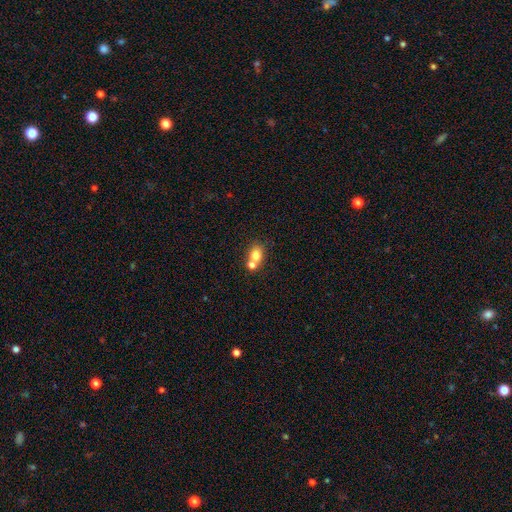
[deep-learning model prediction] smooth 77%, featured or disk 12%, star or artifact 11%. Down the decision tree: how rounded — round (56%); merging — merger (49%).